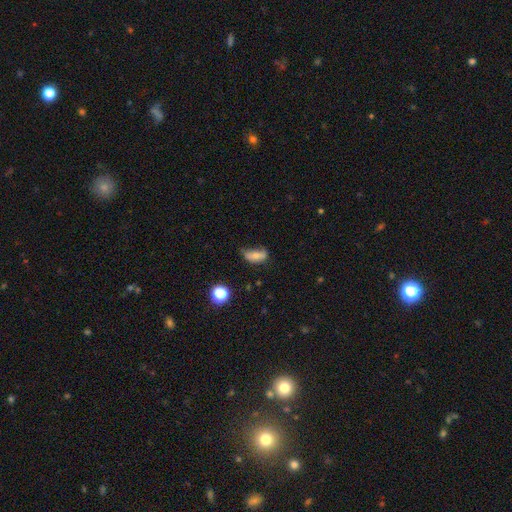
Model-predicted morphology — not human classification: Overall: smooth (67%). How rounded: in between (85%). Merging: minor disturbance (39%, tied with none).